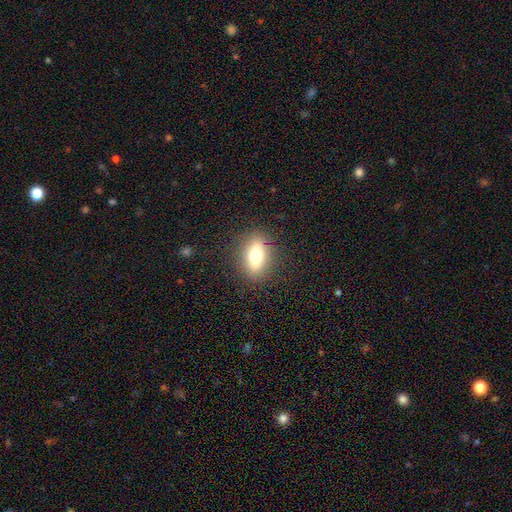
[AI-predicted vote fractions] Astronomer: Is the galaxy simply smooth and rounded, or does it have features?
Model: smooth — 63%.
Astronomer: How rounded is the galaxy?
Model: in between — 70%.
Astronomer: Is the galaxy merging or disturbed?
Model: none — 86%.